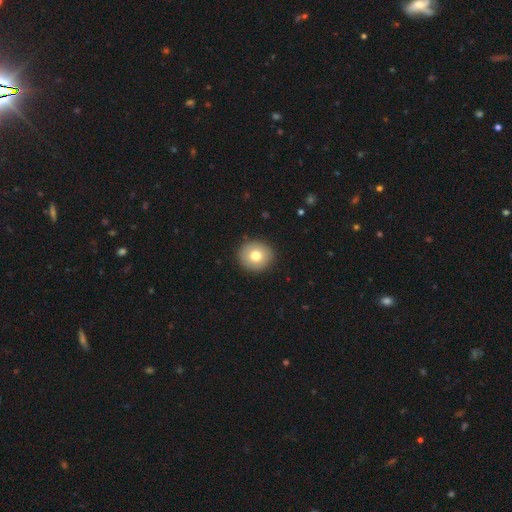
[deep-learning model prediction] This is likely a smooth galaxy (75%). How rounded: clearly round (91%). Merging: clearly none (91%).